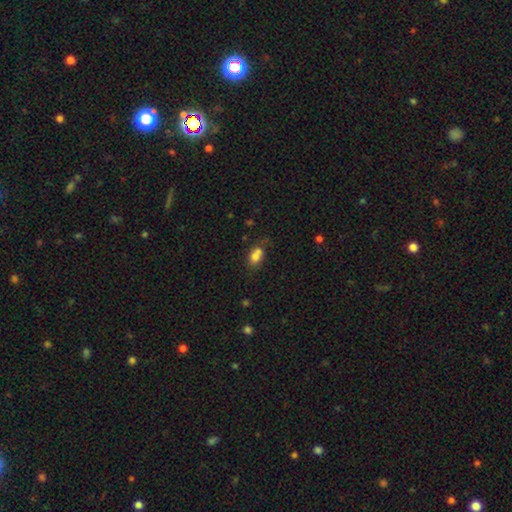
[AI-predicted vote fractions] This appears to be a smooth galaxy with no disk features (76%) that is in between round and cigar-shaped (70%). Merging: merger (43%).